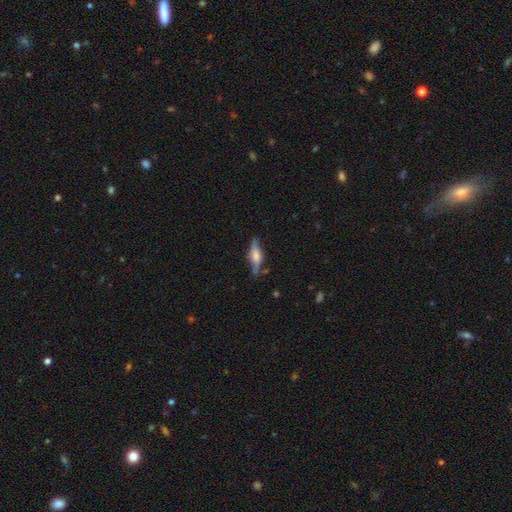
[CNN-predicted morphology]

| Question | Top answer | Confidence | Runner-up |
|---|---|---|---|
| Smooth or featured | featured or disk | 52% | smooth (41%) |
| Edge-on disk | yes | 84% | no (16%) |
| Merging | none | 72% | minor disturbance (21%) |